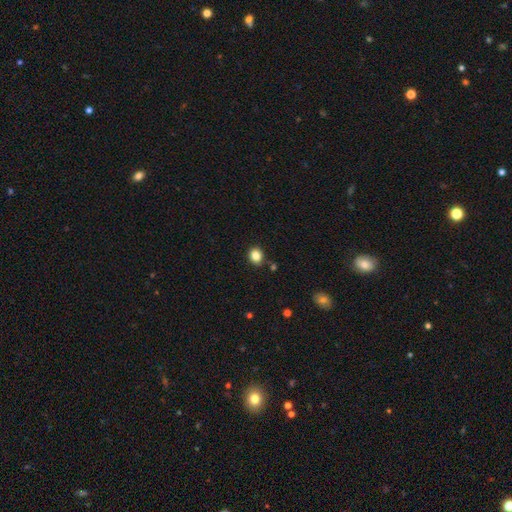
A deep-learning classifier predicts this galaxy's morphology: This is clearly a smooth galaxy (85%). How rounded: likely round (65%). Merging: clearly none (85%).